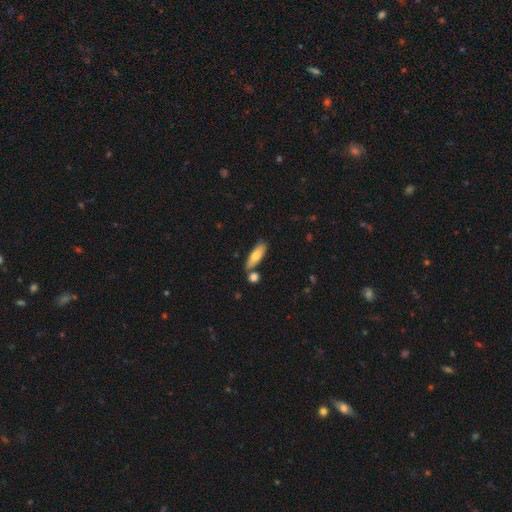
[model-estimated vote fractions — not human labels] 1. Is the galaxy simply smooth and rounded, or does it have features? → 75% smooth, 19% featured or disk, 6% star or artifact.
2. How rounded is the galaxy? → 53% in between, 45% cigar-shaped, 2% round.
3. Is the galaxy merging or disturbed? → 70% none, 14% minor disturbance, 13% merger, 3% major disturbance.